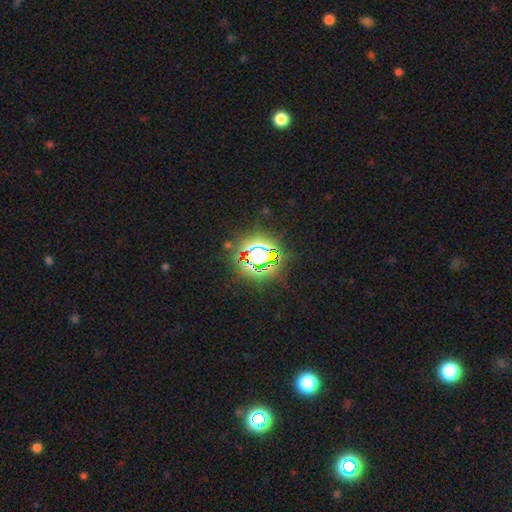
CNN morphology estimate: Smooth or featured? star or artifact (74%)